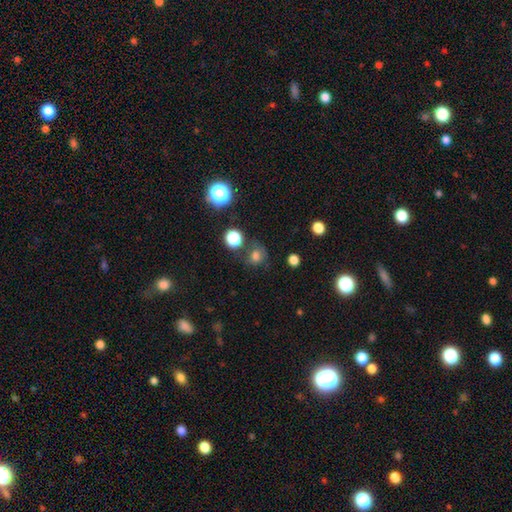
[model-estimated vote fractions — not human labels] Overall: smooth (68%). How rounded: round (76%). Merging: none (64%).